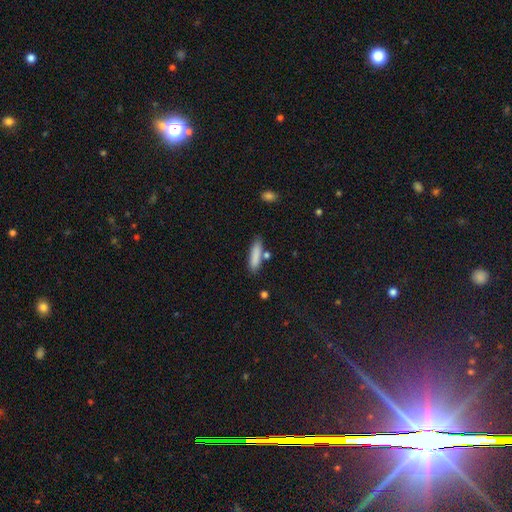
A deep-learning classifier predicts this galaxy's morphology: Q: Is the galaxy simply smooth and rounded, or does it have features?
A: smooth — 84%.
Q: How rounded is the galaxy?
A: cigar-shaped — 72%.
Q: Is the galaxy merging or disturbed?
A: none — 74%.